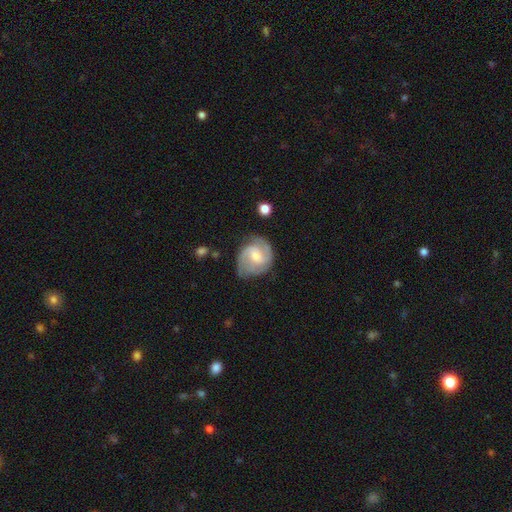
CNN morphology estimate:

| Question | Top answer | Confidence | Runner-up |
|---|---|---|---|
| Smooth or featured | featured or disk | 74% | smooth (21%) |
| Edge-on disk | no | 98% | yes (2%) |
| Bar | weak | 55% | no (31%) |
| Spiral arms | yes | 93% | no (7%) |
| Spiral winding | medium | 47% | tight (37%) |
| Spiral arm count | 2 | 72% | can't tell (12%) |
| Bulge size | moderate | 52% | small (30%) |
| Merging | none | 64% | minor disturbance (25%) |